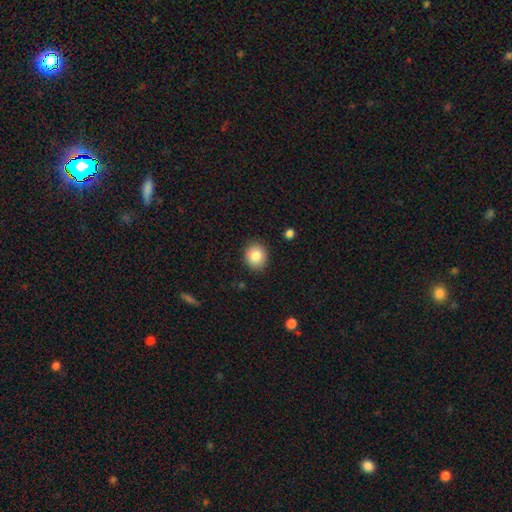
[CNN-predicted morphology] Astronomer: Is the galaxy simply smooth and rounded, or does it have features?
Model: smooth — 85%.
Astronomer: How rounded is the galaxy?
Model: round — 74%.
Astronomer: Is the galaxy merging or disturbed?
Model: none — 89%.